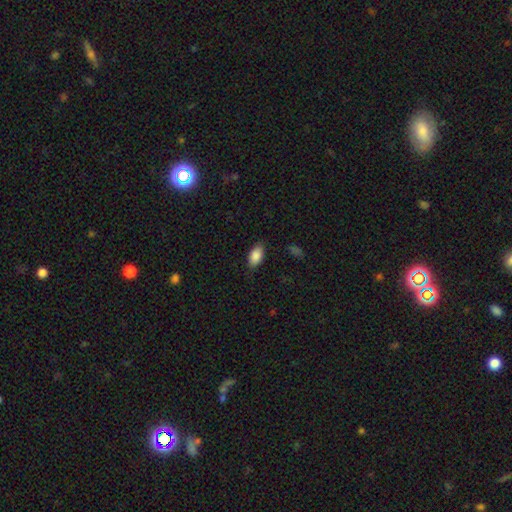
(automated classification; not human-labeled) This appears to be a smooth galaxy with no disk features (88%) that is in between round and cigar-shaped (93%). Merging: none (84%).